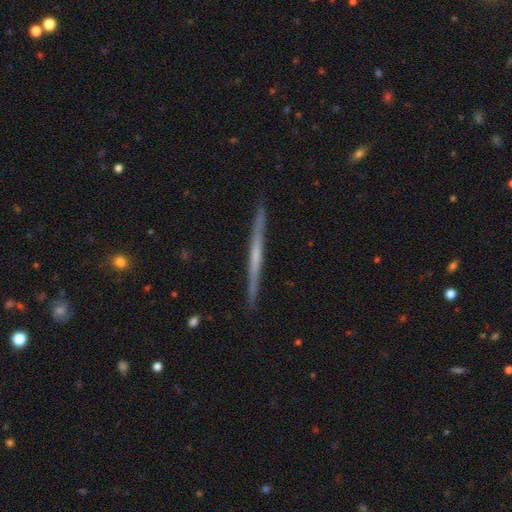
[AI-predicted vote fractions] smooth_or_featured: featured or disk (p=0.64) [alt: smooth p=0.30]
disk_edge_on: yes (p=0.98) [alt: no p=0.02]
edge_on_bulge: none (p=0.76) [alt: rounded p=0.17]
merging: none (p=0.92) [alt: minor disturbance p=0.06]